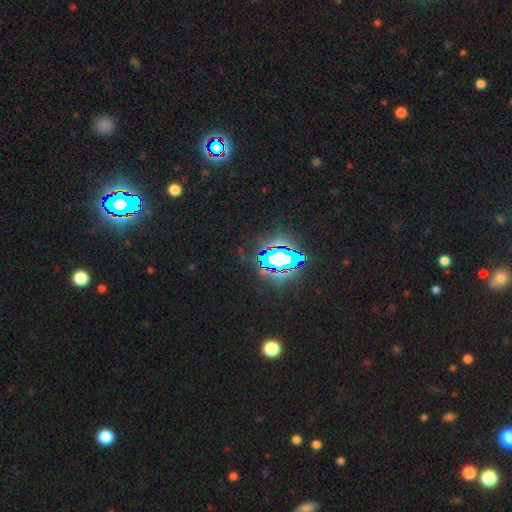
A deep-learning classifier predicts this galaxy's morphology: type=star or artifact (80%).